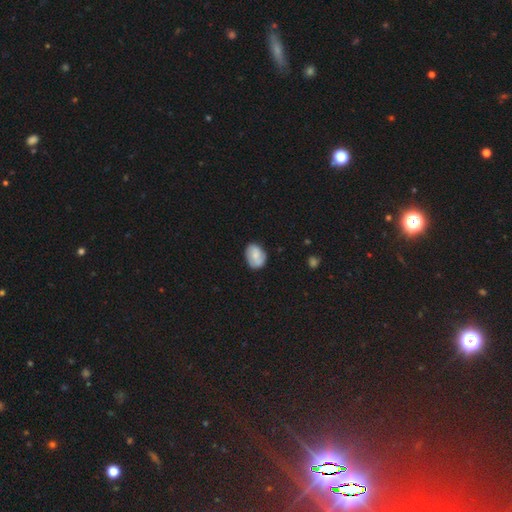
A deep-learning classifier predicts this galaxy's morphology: A smooth galaxy with no disk features (64%) that is in between round and cigar-shaped (68%). Merging: none (70%).